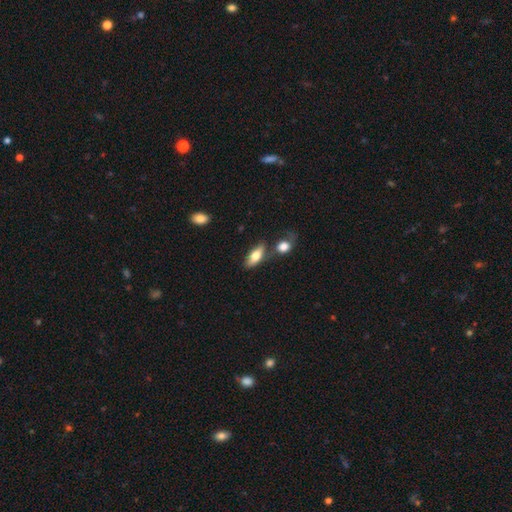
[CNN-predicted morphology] type=smooth (73%); roundness=in between (79%); merging=none (60%).